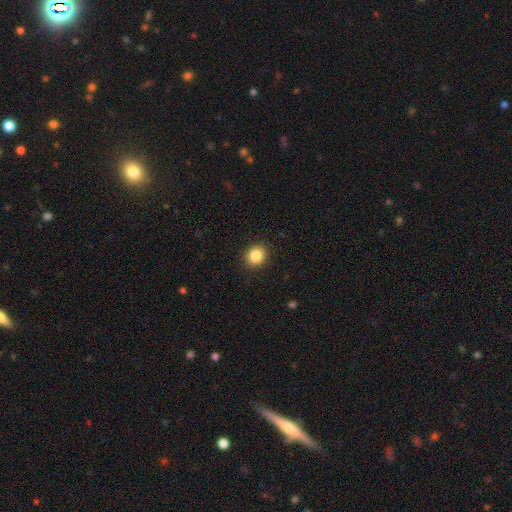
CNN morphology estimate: This appears to be a smooth galaxy with no disk features (85%) that is round (77%). Merging: none (91%).